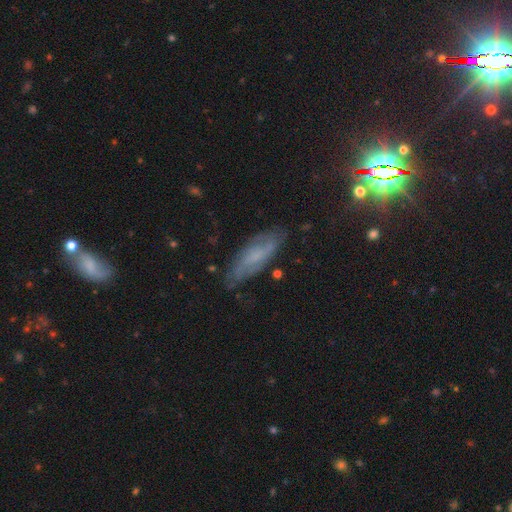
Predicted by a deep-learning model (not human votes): Smooth or featured? featured or disk (55%)
Edge-on disk? no (77%)
Merging? none (70%)